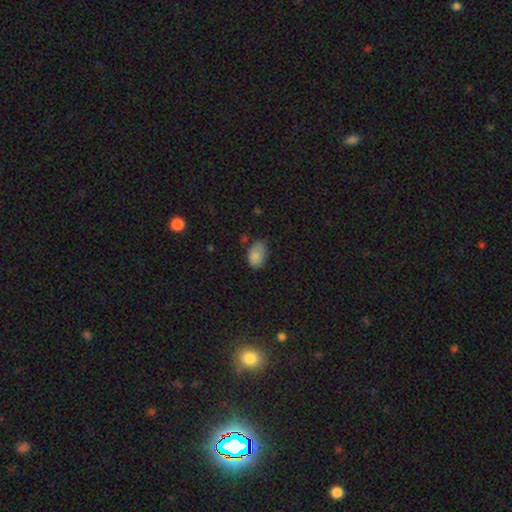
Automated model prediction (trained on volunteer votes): Smooth or featured?
  - smooth: 84% *
  - star or artifact: 9%
  - featured or disk: 7%
How rounded?
  - in between: 82% *
  - round: 17%
  - cigar-shaped: 1%
Merging?
  - none: 55% *
  - minor disturbance: 33%
  - major disturbance: 8%
  - merger: 3%